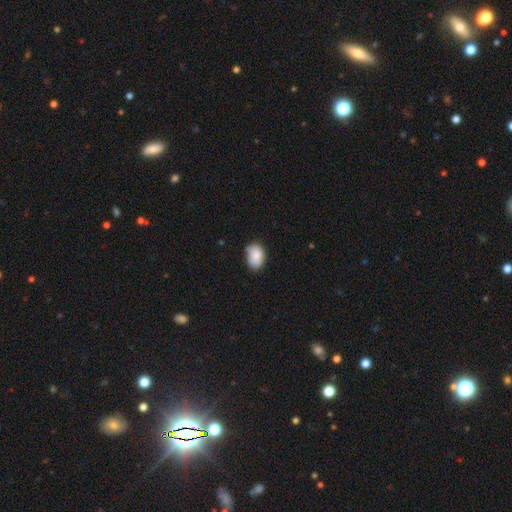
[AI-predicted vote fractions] A smooth galaxy with no disk features (85%) that is in between round and cigar-shaped (80%). Merging: none (66%).